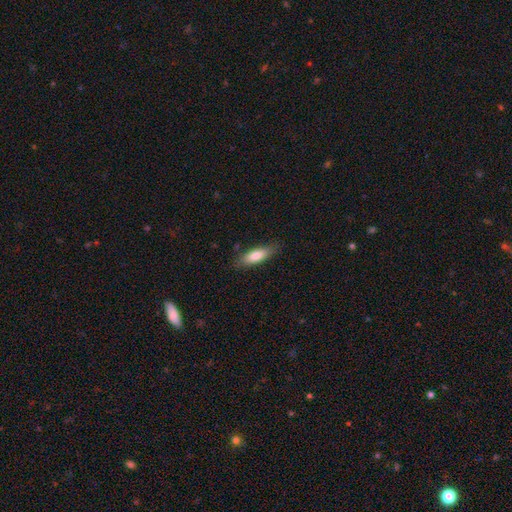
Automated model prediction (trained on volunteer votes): Morphology: type=smooth (79%); roundness=in between (54%); merging=none (79%).